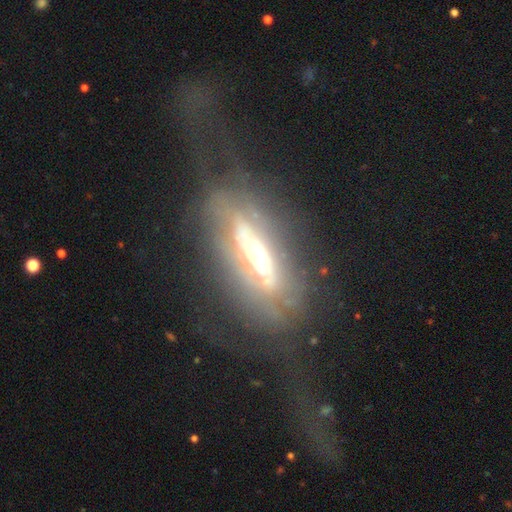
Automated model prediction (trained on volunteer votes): This appears to be a featured or disk galaxy (79%) with no bar (46%), spiral arms (60%) and a moderate central bulge (58%). Merging: none (52%).